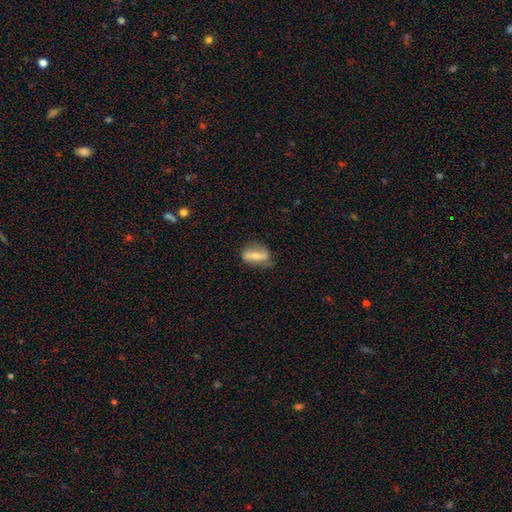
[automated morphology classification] A smooth galaxy with no disk features (52%) that is in between round and cigar-shaped (71%). Merging: none (64%).